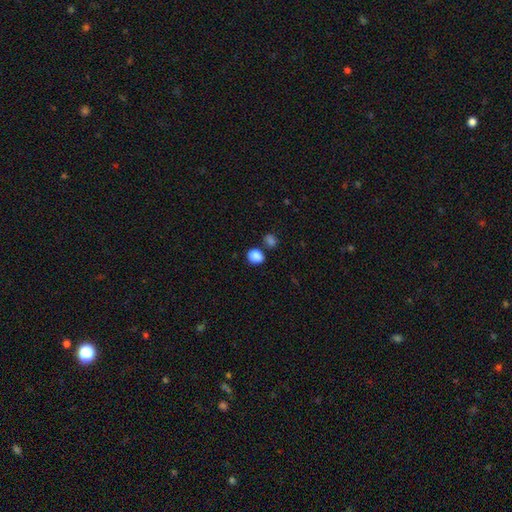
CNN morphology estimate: This appears to be a smooth galaxy with no disk features (87%) that is round (67%). Merging: none (71%).